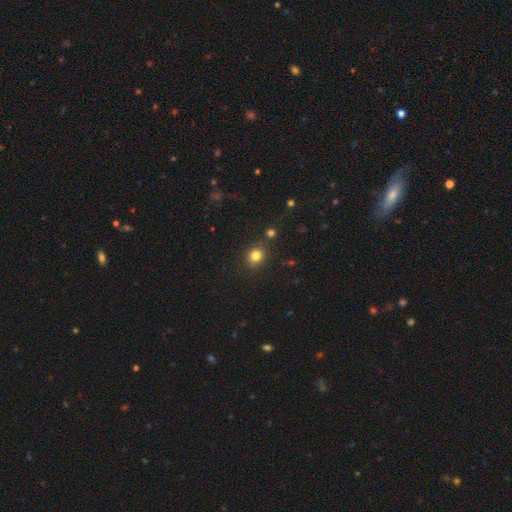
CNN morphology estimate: A smooth galaxy with no disk features (81%) that is round (72%).

Vote fractions:
- Smooth or featured? smooth: 81% / star or artifact: 13% / featured or disk: 6%
- How rounded? round: 72% / in between: 27% / cigar-shaped: 1%
- Merging? none: 80% / minor disturbance: 10% / merger: 6% / major disturbance: 3%